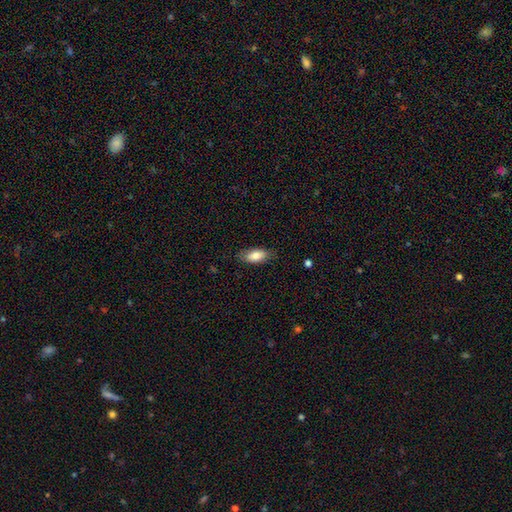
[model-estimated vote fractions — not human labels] smooth-or-featured: smooth: 81% | featured or disk: 12% | star or artifact: 7%
  how-rounded: in between: 87% | cigar-shaped: 11% | round: 3%
  merging: none: 81% | minor disturbance: 15% | major disturbance: 3% | merger: 1%